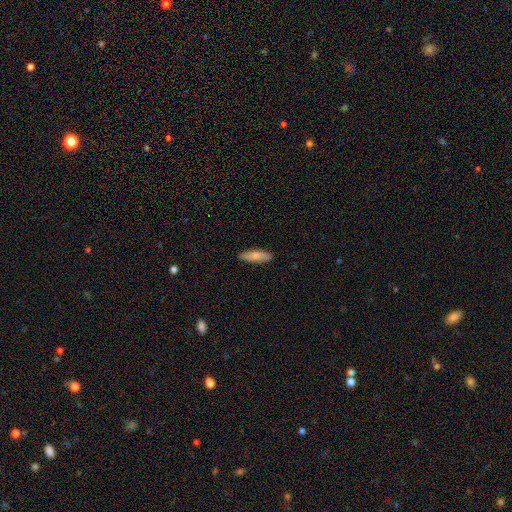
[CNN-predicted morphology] Q: Smooth or featured?
A: smooth (78%); runner-up: featured or disk (16%)
Q: How rounded?
A: cigar-shaped (59%); runner-up: in between (39%)
Q: Merging?
A: none (87%); runner-up: minor disturbance (10%)